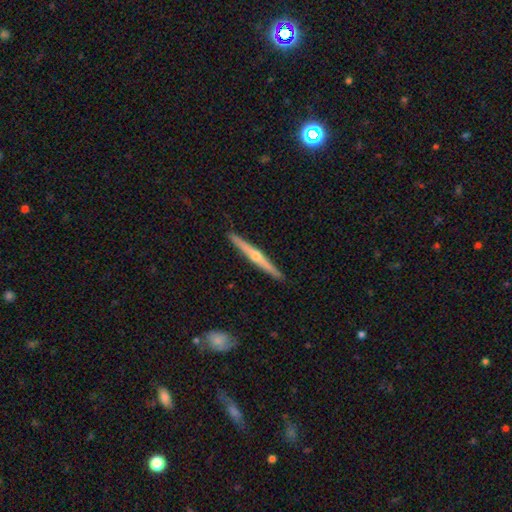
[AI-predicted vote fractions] smooth_or_featured: featured or disk (p=0.76) [alt: smooth p=0.18]
disk_edge_on: yes (p=0.98) [alt: no p=0.02]
edge_on_bulge: rounded (p=0.87) [alt: none p=0.10]
merging: none (p=0.91) [alt: minor disturbance p=0.06]